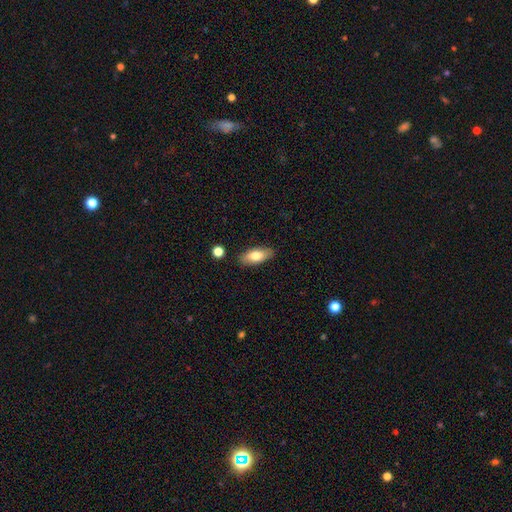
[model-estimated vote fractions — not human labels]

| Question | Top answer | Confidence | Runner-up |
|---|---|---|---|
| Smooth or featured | smooth | 75% | featured or disk (18%) |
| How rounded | in between | 82% | cigar-shaped (15%) |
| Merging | none | 86% | minor disturbance (9%) |